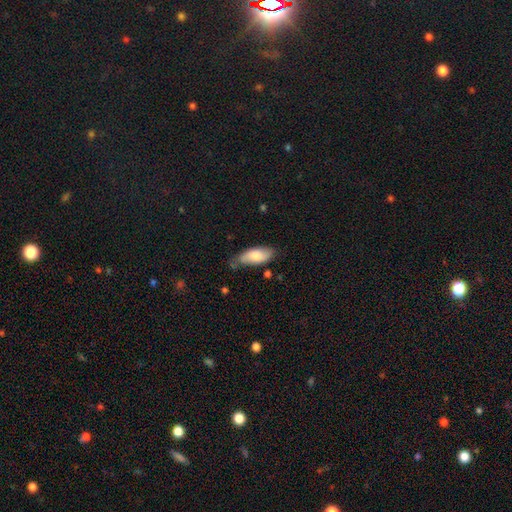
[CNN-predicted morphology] Smooth or featured?
  - smooth: 81% *
  - featured or disk: 14%
  - star or artifact: 6%
How rounded?
  - in between: 83% *
  - cigar-shaped: 15%
  - round: 2%
Merging?
  - none: 63% *
  - minor disturbance: 28%
  - major disturbance: 5%
  - merger: 3%